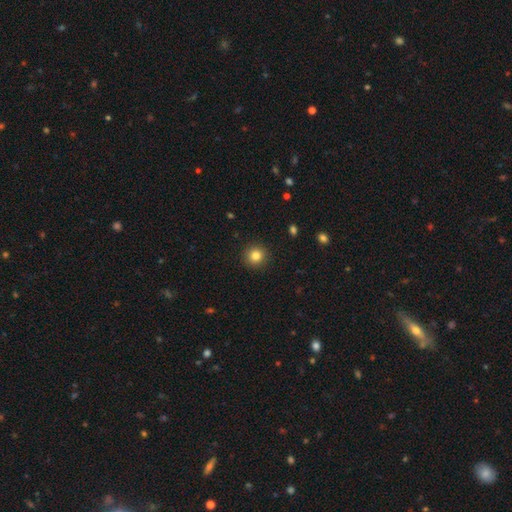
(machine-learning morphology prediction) Smooth or featured? smooth (82%)
How rounded? round (95%)
Merging? none (92%)